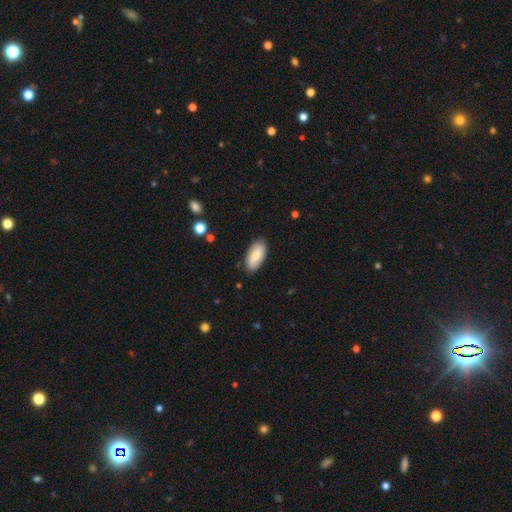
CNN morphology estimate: A smooth galaxy with no disk features (69%) that is in between round and cigar-shaped (92%). Merging: none (85%).